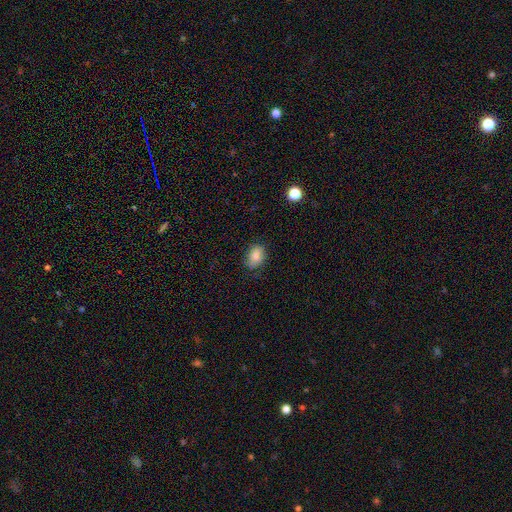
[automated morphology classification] Smooth or featured? smooth (81%)
How rounded? in between (72%)
Merging? none (71%)